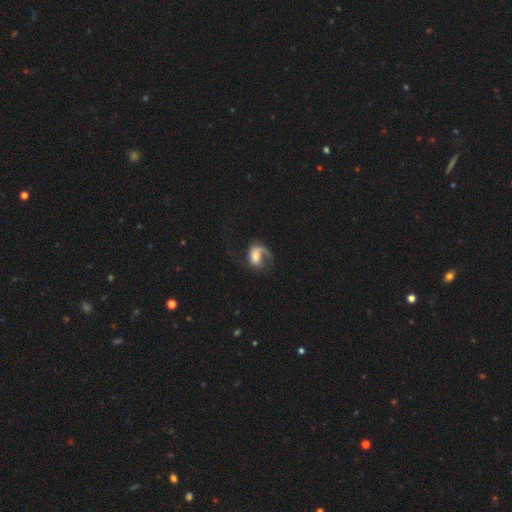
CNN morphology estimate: featured or disk 61%, smooth 31%, star or artifact 8%. Down the decision tree: edge-on disk — no (97%); bar — no (64%); spiral arms — yes (88%); spiral arm count — 1 (78%); spiral winding — loose (48%); bulge size — moderate (41%); merging — none (40%).